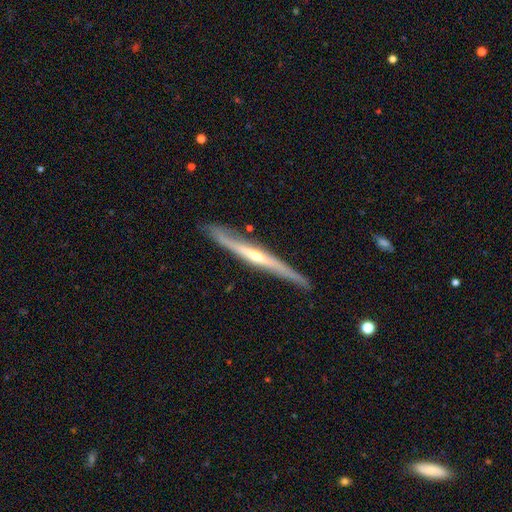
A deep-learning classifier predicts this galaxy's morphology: This appears to be a featured or disk galaxy (80%) viewed edge-on (93%) with a rounded central bulge (73%). Merging: none (83%).